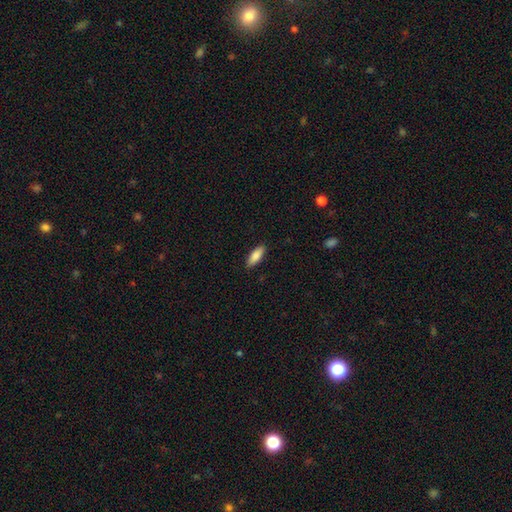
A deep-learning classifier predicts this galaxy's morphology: This appears to be a smooth galaxy with no disk features (85%) that is in between round and cigar-shaped (67%). Merging: none (88%).